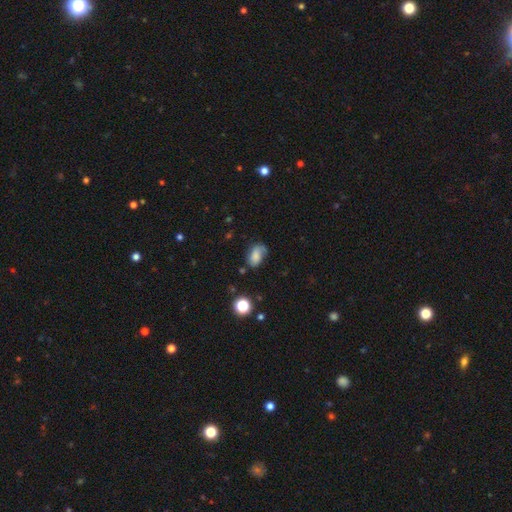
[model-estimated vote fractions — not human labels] A smooth galaxy with no disk features (70%) that is in between round and cigar-shaped (86%). Merging: none (52%).